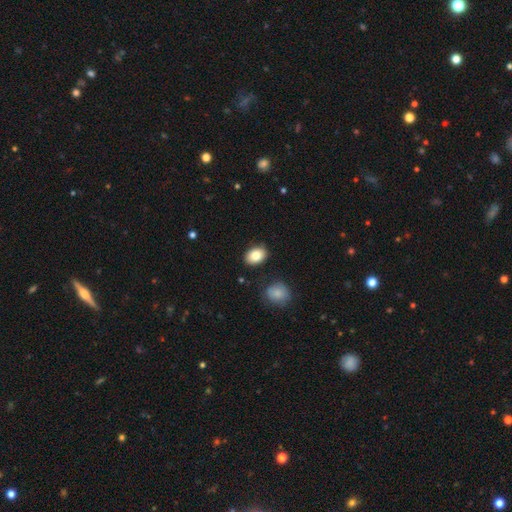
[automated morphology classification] A smooth galaxy with no disk features (84%) that is in between round and cigar-shaped (75%).

Vote fractions:
- Smooth or featured? smooth: 84% / featured or disk: 8% / star or artifact: 8%
- How rounded? in between: 75% / round: 24% / cigar-shaped: 1%
- Merging? none: 85% / minor disturbance: 10% / merger: 3% / major disturbance: 2%